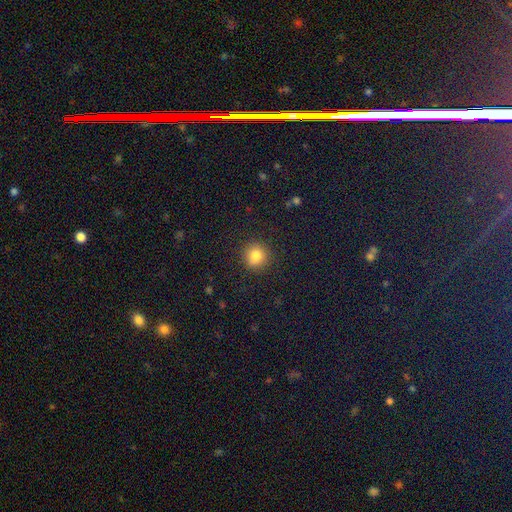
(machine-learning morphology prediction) This appears to be a smooth galaxy with no disk features (82%) that is round (89%). Merging: none (88%).